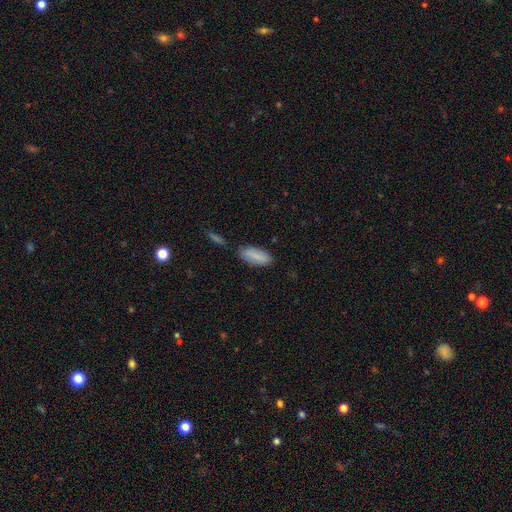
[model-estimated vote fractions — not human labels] Smooth or featured: smooth — 85% (featured or disk — 8%)
How rounded: in between — 77% (cigar-shaped — 21%)
Merging: none — 74% (minor disturbance — 15%)